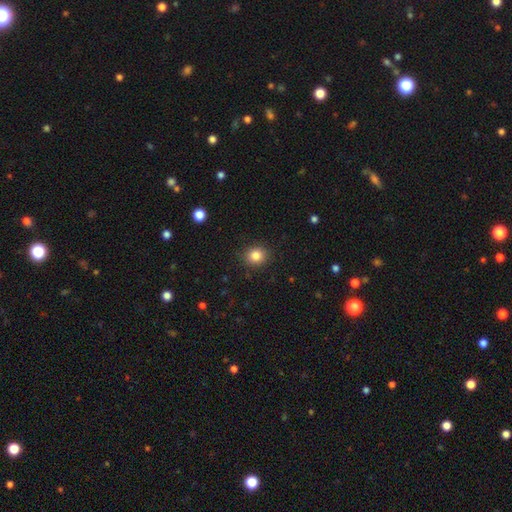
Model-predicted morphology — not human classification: Smooth or featured?
  - smooth: 83% *
  - star or artifact: 11%
  - featured or disk: 6%
How rounded?
  - round: 77% *
  - in between: 22%
  - cigar-shaped: 1%
Merging?
  - none: 90% *
  - minor disturbance: 7%
  - major disturbance: 2%
  - merger: 1%